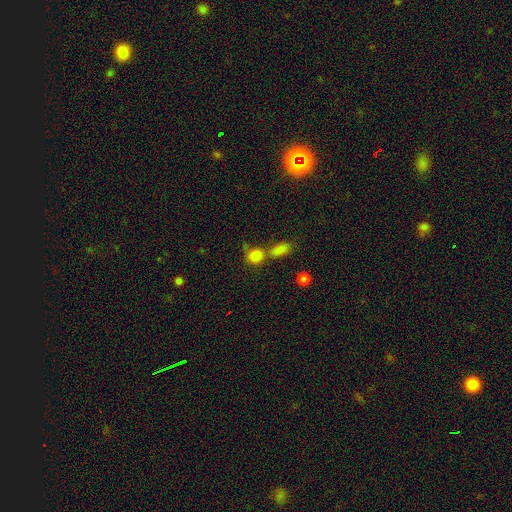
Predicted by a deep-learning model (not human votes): Morphology: type=smooth (82%); roundness=round (67%); merging=merger (43%).